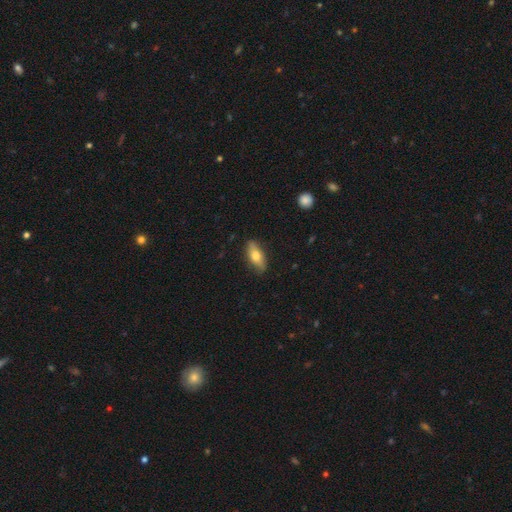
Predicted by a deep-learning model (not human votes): A smooth galaxy with no disk features (68%) that is in between round and cigar-shaped (77%).

Vote fractions:
- Smooth or featured? smooth: 68% / featured or disk: 26% / star or artifact: 6%
- How rounded? in between: 77% / cigar-shaped: 19% / round: 4%
- Merging? none: 84% / minor disturbance: 13% / major disturbance: 2% / merger: 1%